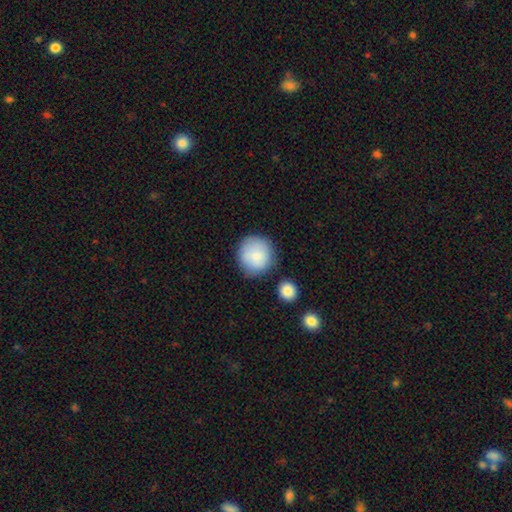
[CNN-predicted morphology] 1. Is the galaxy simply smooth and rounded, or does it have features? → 84% smooth, 9% featured or disk, 7% star or artifact.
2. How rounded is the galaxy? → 92% round, 7% in between, 1% cigar-shaped.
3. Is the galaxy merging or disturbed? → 75% none, 14% minor disturbance, 7% merger, 4% major disturbance.